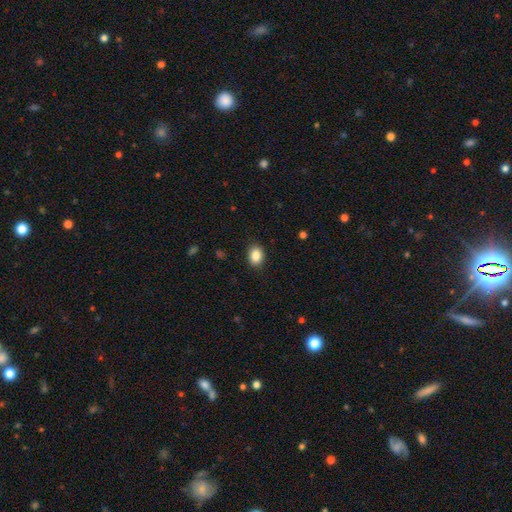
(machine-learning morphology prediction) A smooth galaxy with no disk features (87%) that is in between round and cigar-shaped (63%).

Vote fractions:
- Smooth or featured? smooth: 87% / star or artifact: 9% / featured or disk: 5%
- How rounded? in between: 63% / round: 36% / cigar-shaped: 1%
- Merging? none: 89% / minor disturbance: 8% / major disturbance: 2% / merger: 1%